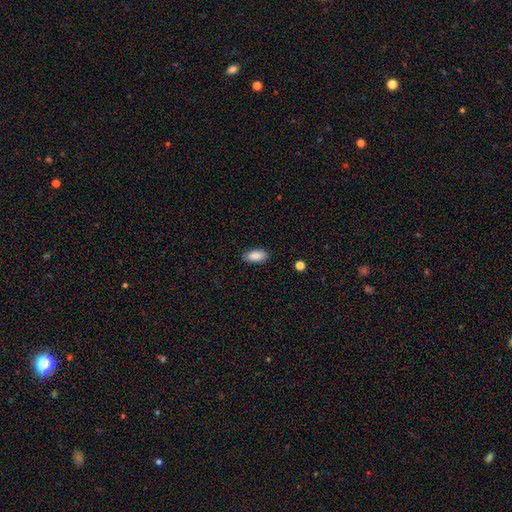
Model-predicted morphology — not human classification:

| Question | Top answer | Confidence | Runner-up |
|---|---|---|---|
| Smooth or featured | smooth | 88% | star or artifact (7%) |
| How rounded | in between | 91% | cigar-shaped (7%) |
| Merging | none | 86% | minor disturbance (10%) |